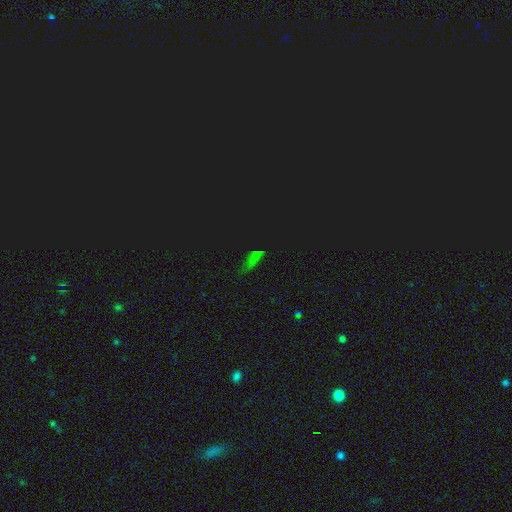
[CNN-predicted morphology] A star or artifact, not a galaxy (59%).

Vote fractions:
- Smooth or featured? star or artifact: 59% / smooth: 32% / featured or disk: 9%